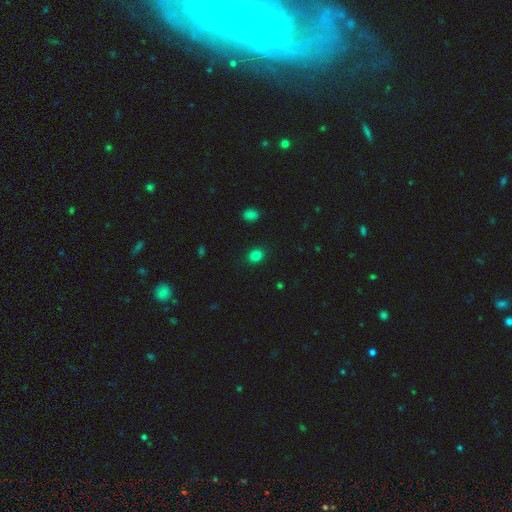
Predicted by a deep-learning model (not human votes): Smooth or featured? smooth (83%)
How rounded? round (54%)
Merging? none (89%)